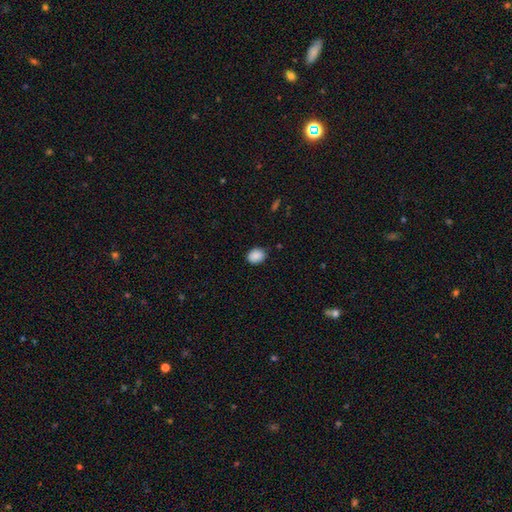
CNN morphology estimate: Overall: smooth (89%). How rounded: in between (52%; round 47%). Merging: none (84%).